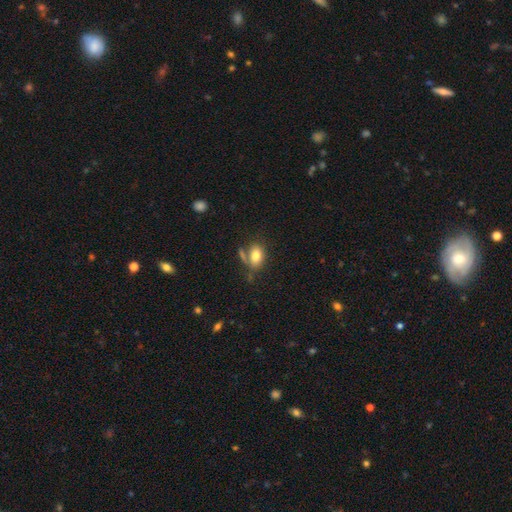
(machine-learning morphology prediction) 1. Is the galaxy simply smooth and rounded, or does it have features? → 79% smooth, 12% featured or disk, 9% star or artifact.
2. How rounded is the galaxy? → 82% in between, 16% round, 2% cigar-shaped.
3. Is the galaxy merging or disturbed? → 55% none, 18% minor disturbance, 17% merger, 10% major disturbance.